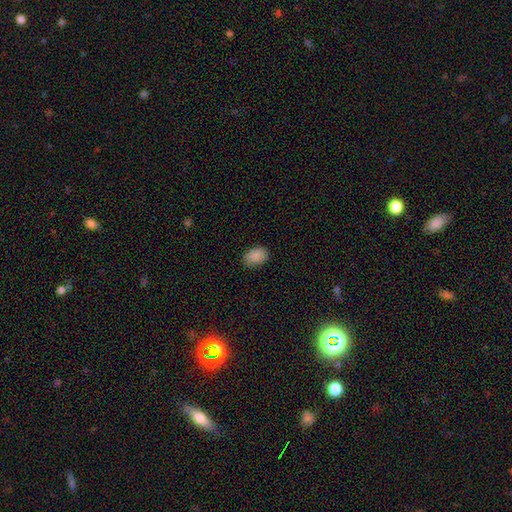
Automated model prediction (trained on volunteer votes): Smooth or featured: smooth — 88% (star or artifact — 8%)
How rounded: in between — 84% (round — 15%)
Merging: none — 80% (minor disturbance — 16%)